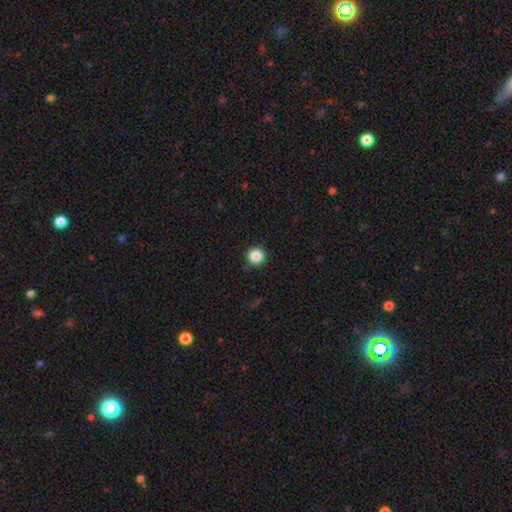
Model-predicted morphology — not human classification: smooth 86%, star or artifact 10%, featured or disk 4%. Down the decision tree: how rounded — round (95%); merging — none (91%).